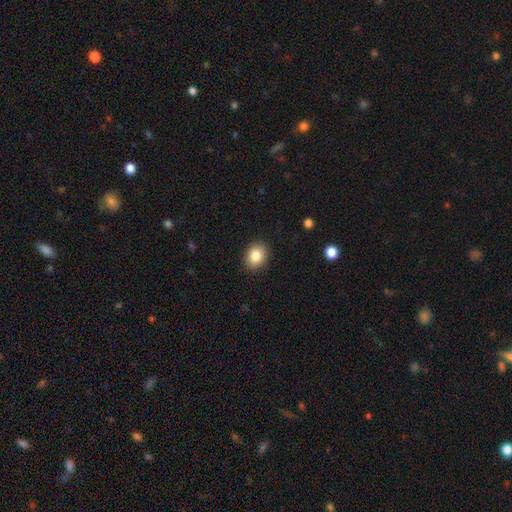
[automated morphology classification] The model was most divided on "how rounded": in between: 57%, round: 42%, cigar-shaped: 1%. More confident: merging — none (89%); smooth or featured — smooth (85%).